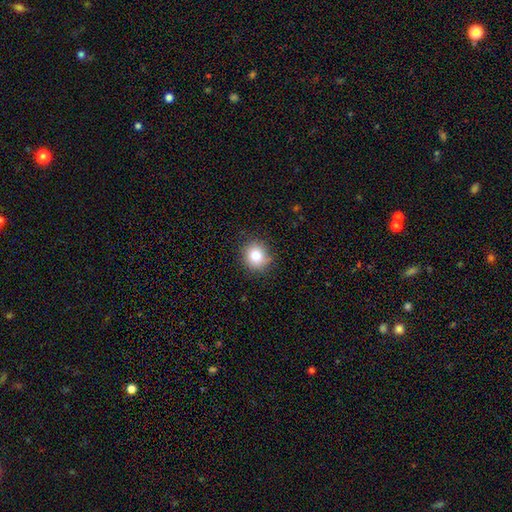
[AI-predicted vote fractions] Q: Smooth or featured?
A: smooth (79%); runner-up: star or artifact (11%)
Q: How rounded?
A: round (83%); runner-up: in between (17%)
Q: Merging?
A: none (87%); runner-up: minor disturbance (9%)